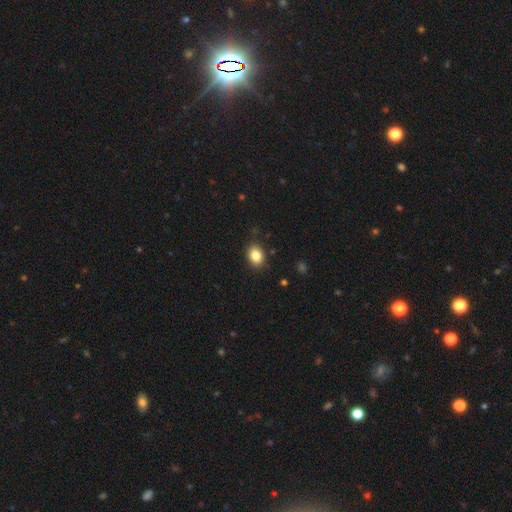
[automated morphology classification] This is clearly a smooth galaxy (84%). How rounded: likely in between (66%). Merging: clearly none (85%).